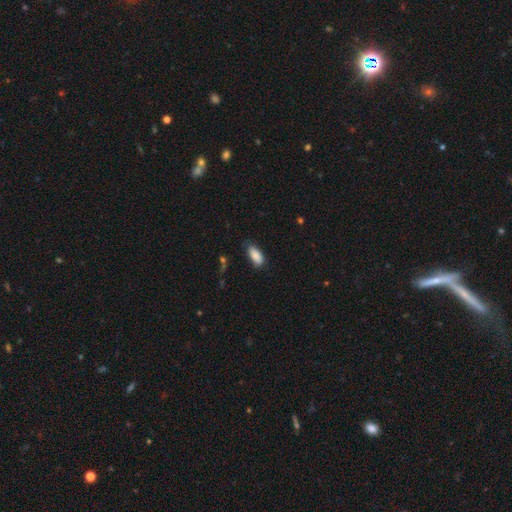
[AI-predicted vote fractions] This is clearly a smooth galaxy (88%). How rounded: clearly in between (87%). Merging: likely none (71%).